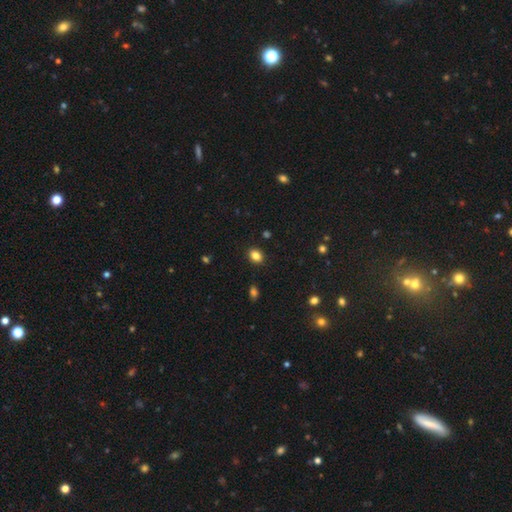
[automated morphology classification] Smooth or featured? smooth (84%)
How rounded? in between (54%)
Merging? none (89%)